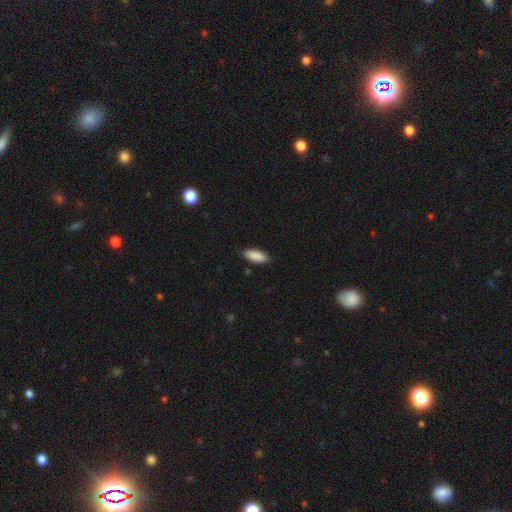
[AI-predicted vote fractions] Smooth or featured? Predicted: smooth (p=0.90). How rounded? Predicted: in between (p=0.82). Merging? Predicted: none (p=0.87).